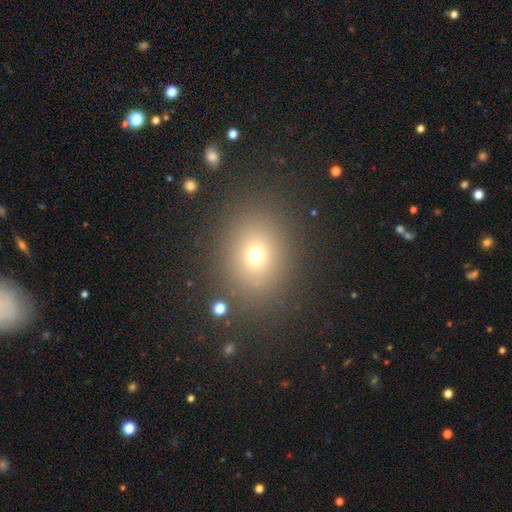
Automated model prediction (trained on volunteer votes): Q: Smooth or featured?
A: smooth (70%); runner-up: star or artifact (20%)
Q: How rounded?
A: round (58%); runner-up: in between (41%)
Q: Merging?
A: none (86%); runner-up: minor disturbance (8%)